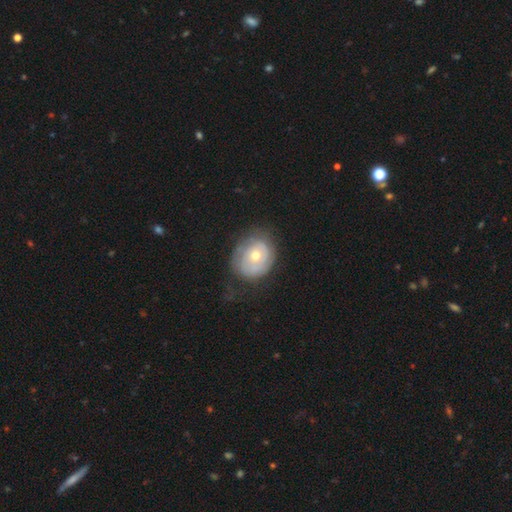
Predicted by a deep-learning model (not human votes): Morphology: type=featured or disk (50%); merging=none (61%).